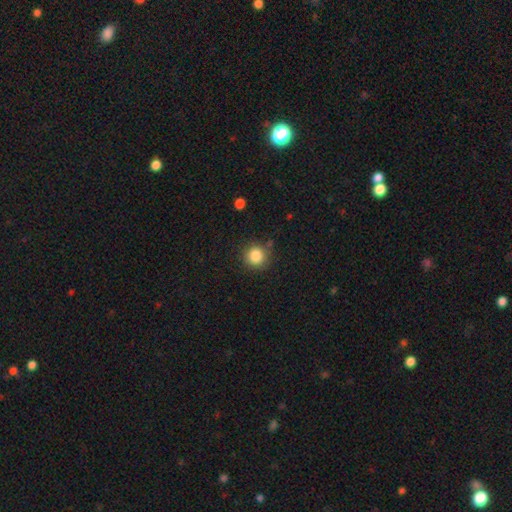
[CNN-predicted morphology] A smooth galaxy with no disk features (85%) that is round (93%).

Vote fractions:
- Smooth or featured? smooth: 85% / star or artifact: 11% / featured or disk: 4%
- How rounded? round: 93% / in between: 6% / cigar-shaped: 1%
- Merging? none: 83% / minor disturbance: 10% / major disturbance: 3% / merger: 3%